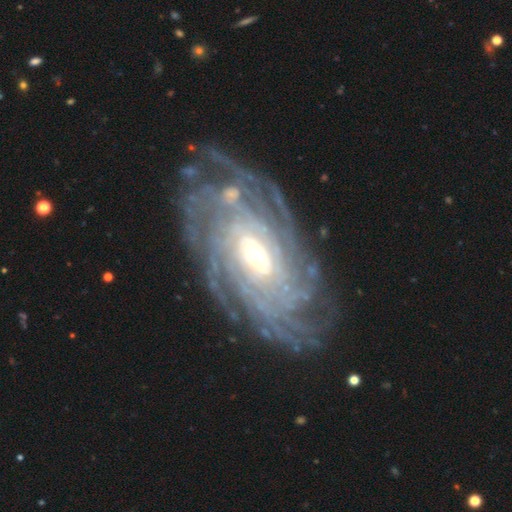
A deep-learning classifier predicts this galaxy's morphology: Smooth or featured? featured or disk (90%)
Edge-on disk? no (95%)
Bar? no (47%)
Spiral arms? yes (97%)
Spiral winding? tight (79%)
Spiral arm count? more than 4 (32%)
Bulge size? moderate (49%)
Merging? none (71%)